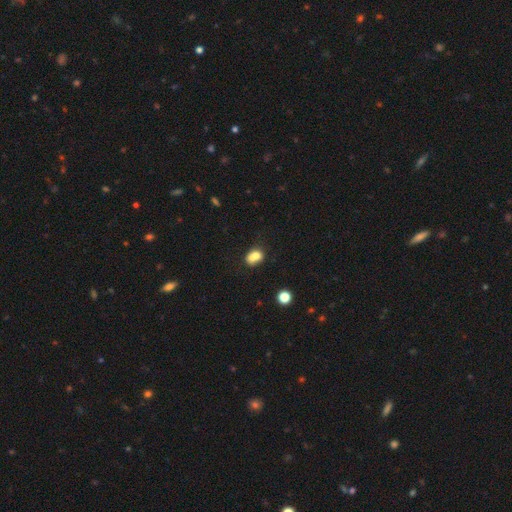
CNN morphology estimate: smooth_or_featured: smooth (p=0.75) [alt: featured or disk p=0.14]
how_rounded: in between (p=0.57) [alt: round p=0.42]
merging: merger (p=0.41) [alt: none p=0.37]